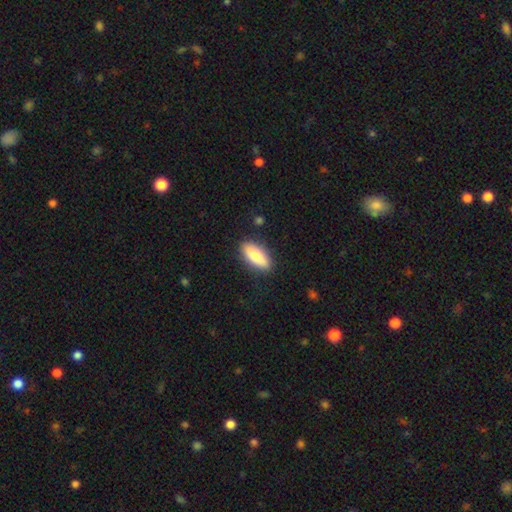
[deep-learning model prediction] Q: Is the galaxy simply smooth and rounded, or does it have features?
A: smooth — 77%.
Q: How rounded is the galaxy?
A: in between — 72%.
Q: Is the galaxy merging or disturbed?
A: none — 88%.